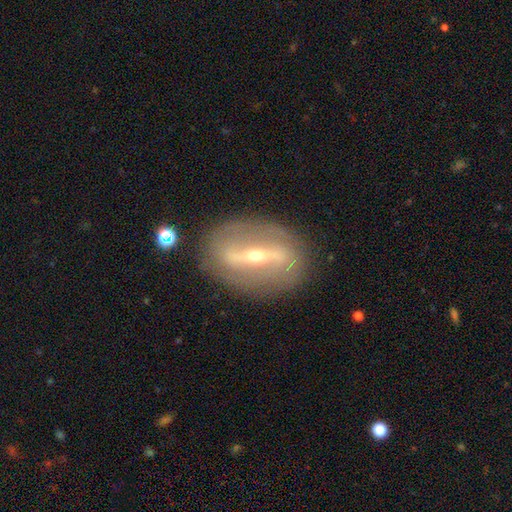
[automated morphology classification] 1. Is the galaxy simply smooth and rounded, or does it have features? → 81% featured or disk, 12% smooth, 7% star or artifact.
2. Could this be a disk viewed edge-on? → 81% no, 19% yes.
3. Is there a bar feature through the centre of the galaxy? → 77% strong, 16% weak, 7% no.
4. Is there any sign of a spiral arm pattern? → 54% yes, 46% no.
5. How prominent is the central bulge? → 53% small, 43% moderate, 2% large, 1% dominant, 1% none.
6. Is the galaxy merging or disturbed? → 84% none, 11% minor disturbance, 4% major disturbance, 2% merger.